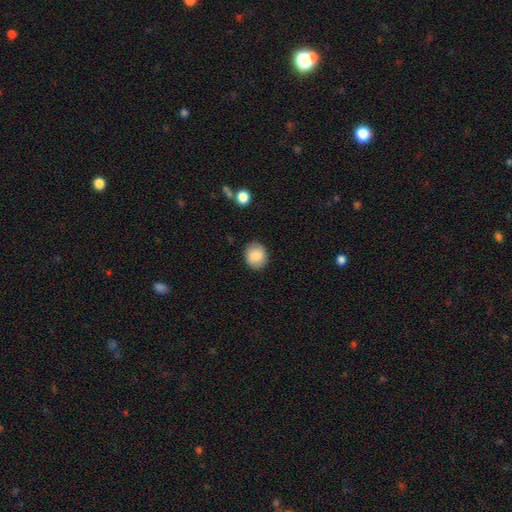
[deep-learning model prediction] smooth 85%, star or artifact 8%, featured or disk 7%. Down the decision tree: how rounded — round (66%); merging — none (86%).